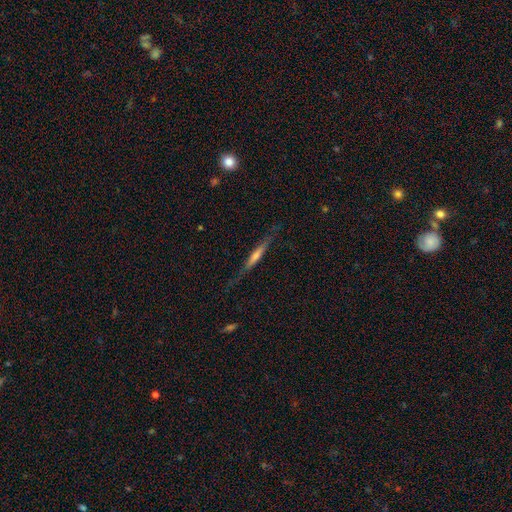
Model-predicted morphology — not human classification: Overall: featured or disk (63%; smooth 29%). Edge-on disk: yes (94%). Edge-on bulge: rounded (42%; none 40%). Merging: none (76%).